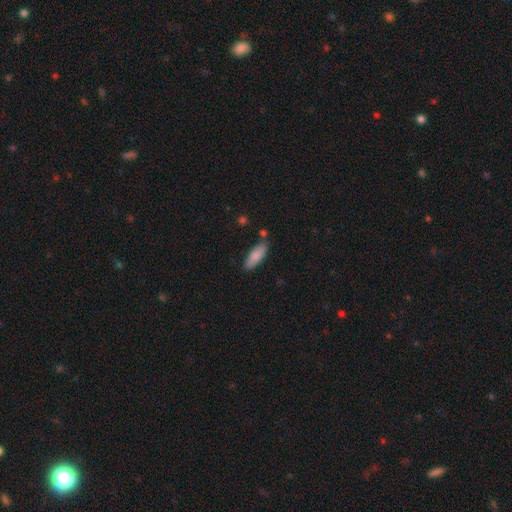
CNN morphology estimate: Smooth or featured? Predicted: smooth (p=0.84). How rounded? Predicted: in between (p=0.59). Merging? Predicted: none (p=0.80).